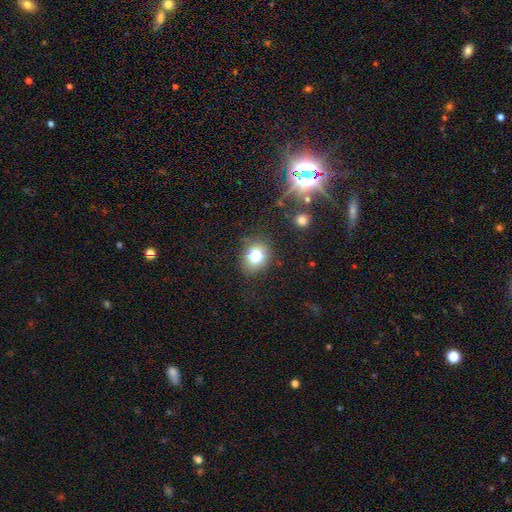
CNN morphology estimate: type=smooth (76%); roundness=round (60%); merging=none (79%).